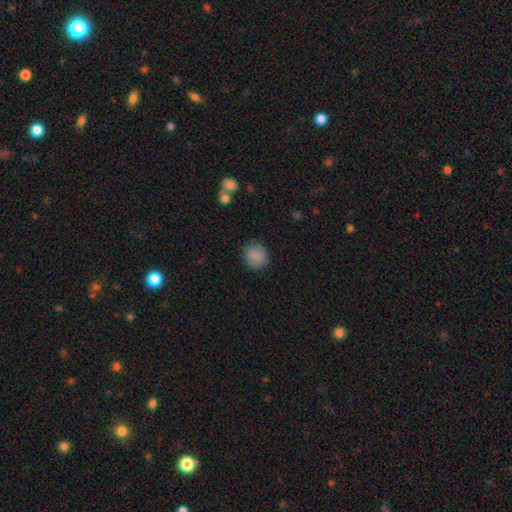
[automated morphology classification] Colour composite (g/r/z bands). It shows a smooth galaxy with no disk features (88%) that is round (83%). Merging: none (87%).